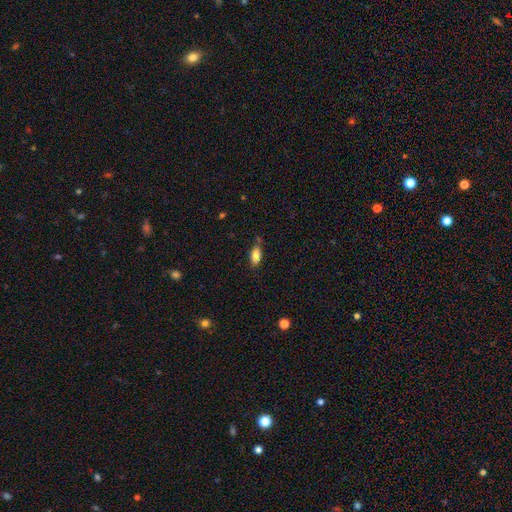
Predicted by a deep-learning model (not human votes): This is clearly a smooth galaxy (83%). How rounded: clearly in between (86%). Merging: likely none (71%).